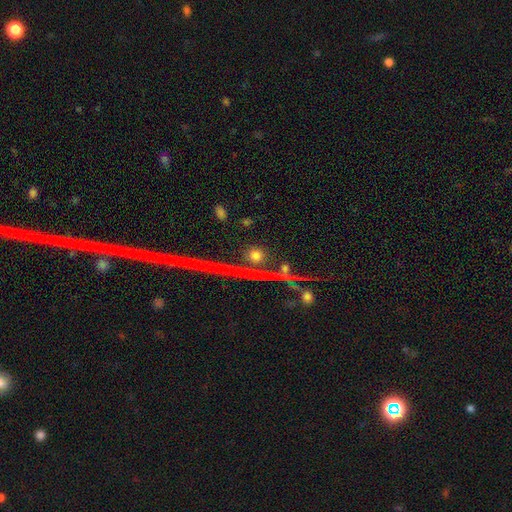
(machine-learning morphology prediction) Smooth or featured? smooth (56%)
How rounded? round (91%)
Merging? none (79%)